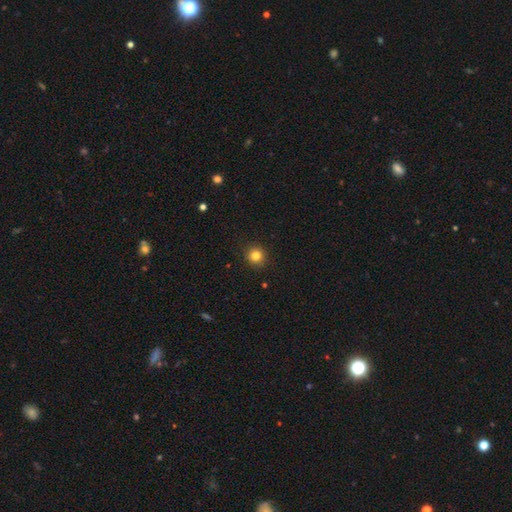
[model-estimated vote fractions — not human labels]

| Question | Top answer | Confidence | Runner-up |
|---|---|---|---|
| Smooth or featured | smooth | 83% | star or artifact (12%) |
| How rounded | round | 92% | in between (7%) |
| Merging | none | 92% | minor disturbance (6%) |